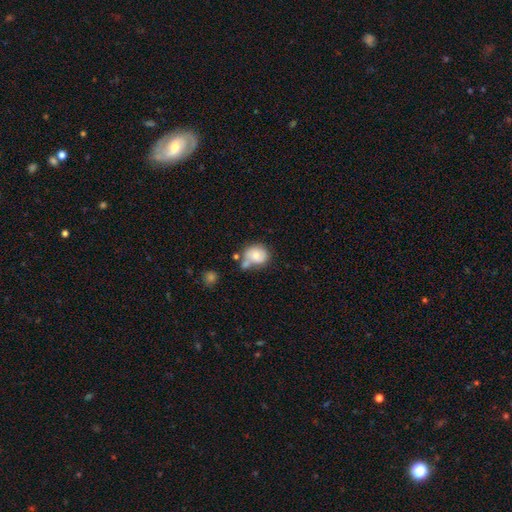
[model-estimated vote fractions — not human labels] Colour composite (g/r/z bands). It shows a smooth galaxy with no disk features (67%) that is round (69%). Merging: none (41%).